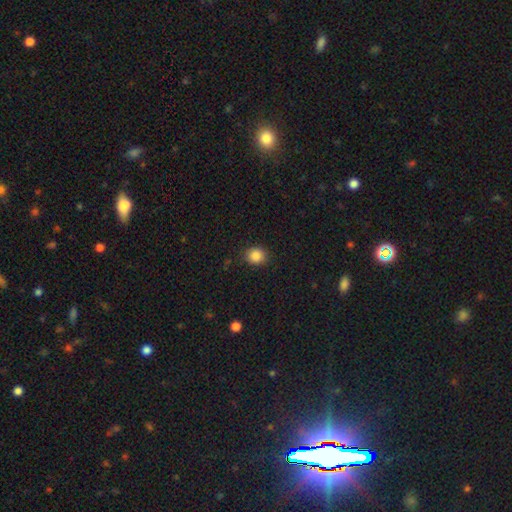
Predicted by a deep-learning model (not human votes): A smooth galaxy with no disk features (87%) that is round (77%). Merging: none (88%).